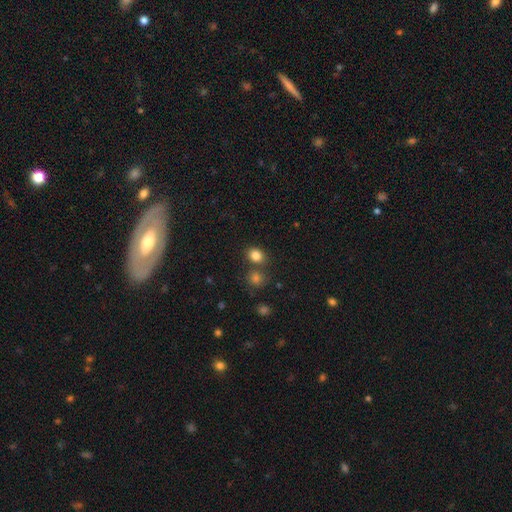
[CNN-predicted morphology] This is clearly a smooth galaxy (83%). How rounded: possibly round (56%). Merging: likely none (69%).